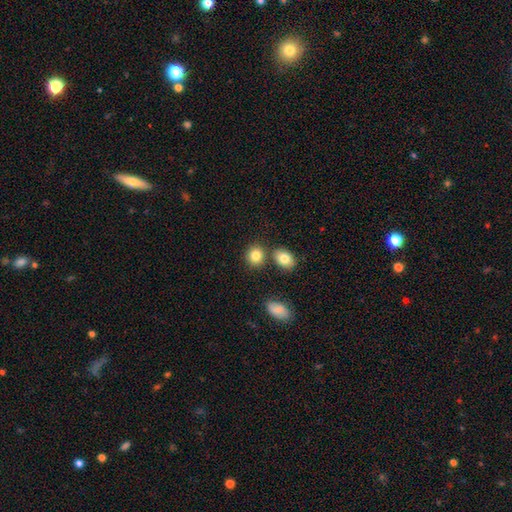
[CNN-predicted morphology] Overall: smooth (84%). How rounded: round (70%). Merging: none (74%).